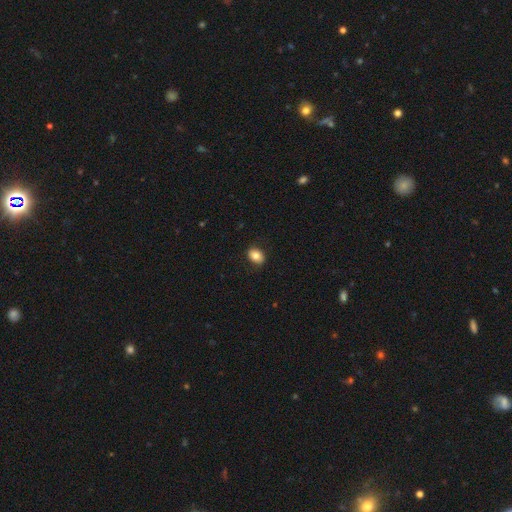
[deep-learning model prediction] This is clearly a smooth galaxy (82%). How rounded: likely in between (73%). Merging: clearly none (88%).